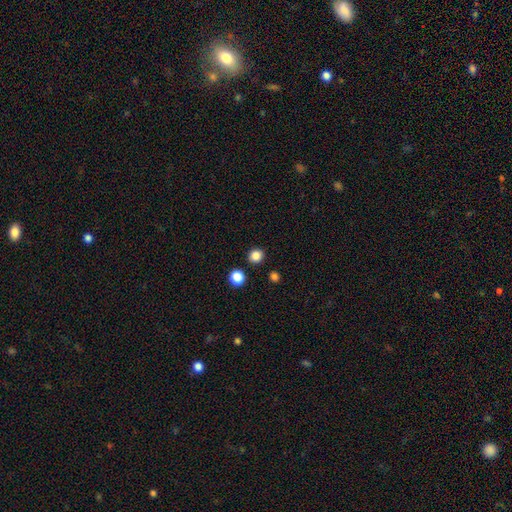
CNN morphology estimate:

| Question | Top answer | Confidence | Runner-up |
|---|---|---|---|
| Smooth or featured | smooth | 84% | star or artifact (13%) |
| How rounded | round | 88% | in between (11%) |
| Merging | none | 89% | minor disturbance (6%) |